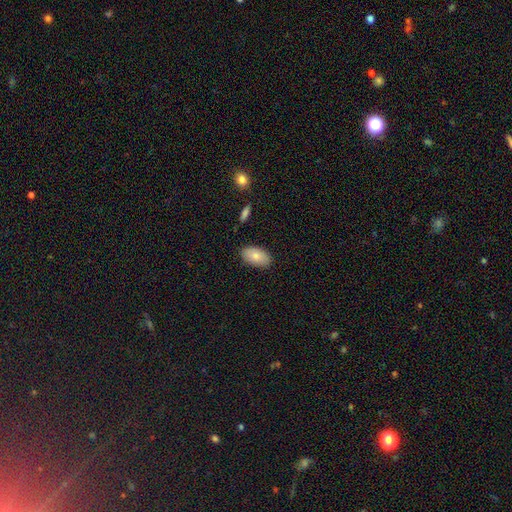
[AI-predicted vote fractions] Smooth or featured: smooth — 81% (featured or disk — 12%)
How rounded: in between — 94% (round — 4%)
Merging: none — 85% (minor disturbance — 11%)